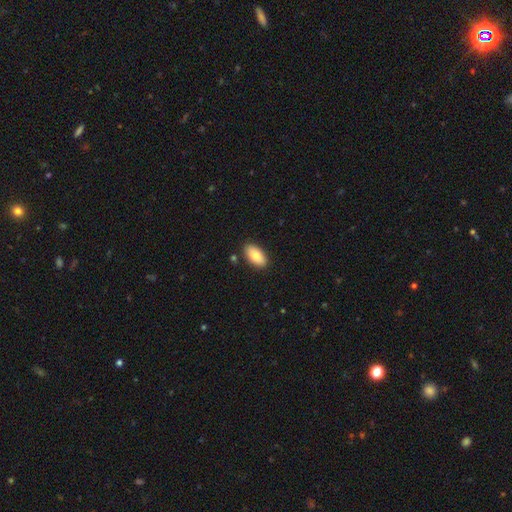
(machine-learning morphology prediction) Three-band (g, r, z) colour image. It shows a smooth galaxy with no disk features (84%) that is in between round and cigar-shaped (93%). Merging: none (87%).